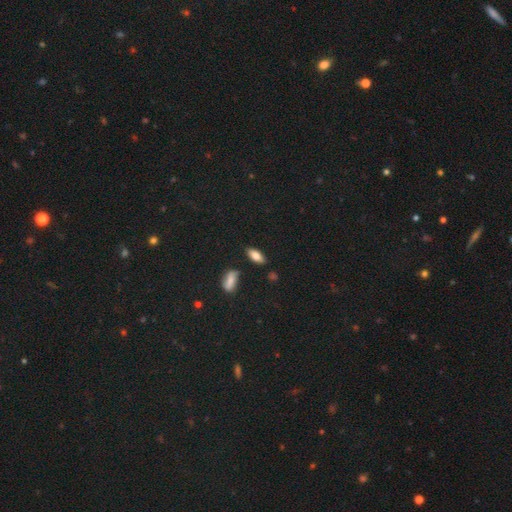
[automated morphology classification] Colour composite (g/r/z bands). It shows a smooth galaxy with no disk features (78%) that is in between round and cigar-shaped (82%). Merging: none (81%).